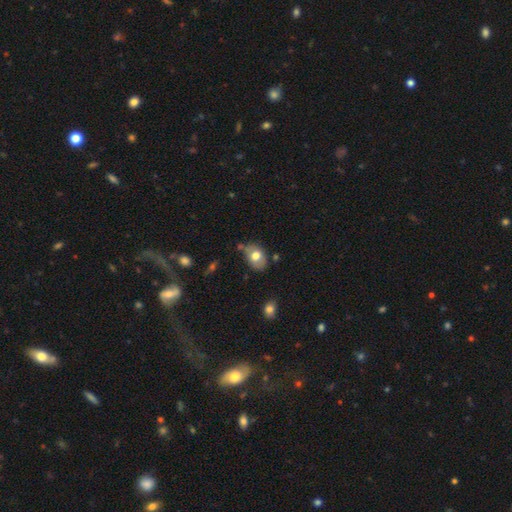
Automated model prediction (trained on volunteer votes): Smooth or featured?
  - smooth: 71% *
  - featured or disk: 21%
  - star or artifact: 8%
How rounded?
  - in between: 76% *
  - round: 22%
  - cigar-shaped: 1%
Merging?
  - none: 55% *
  - minor disturbance: 28%
  - merger: 9%
  - major disturbance: 7%